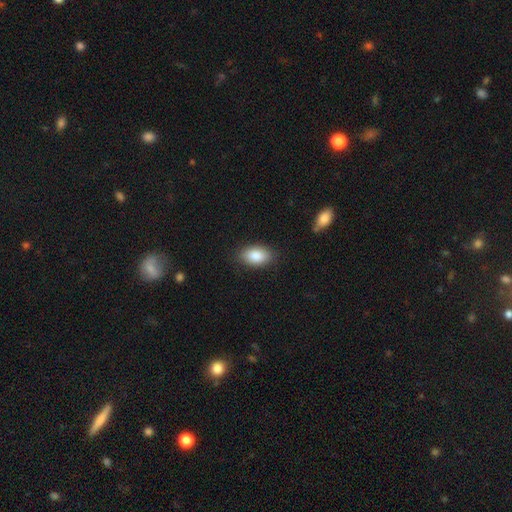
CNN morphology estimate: Smooth or featured? smooth (87%)
How rounded? in between (92%)
Merging? none (86%)